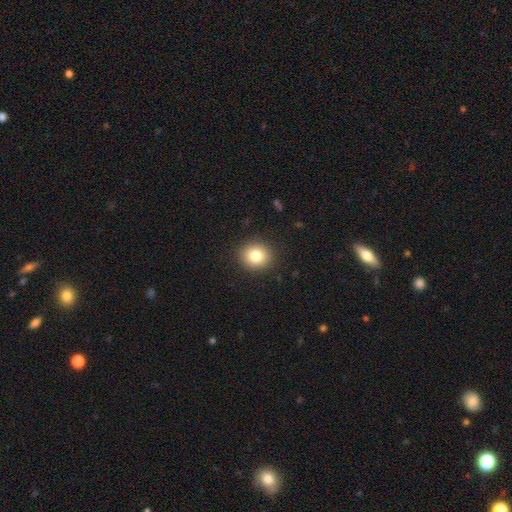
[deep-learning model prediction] Q: Smooth or featured?
A: smooth (82%); runner-up: star or artifact (10%)
Q: How rounded?
A: round (82%); runner-up: in between (17%)
Q: Merging?
A: none (90%); runner-up: minor disturbance (7%)